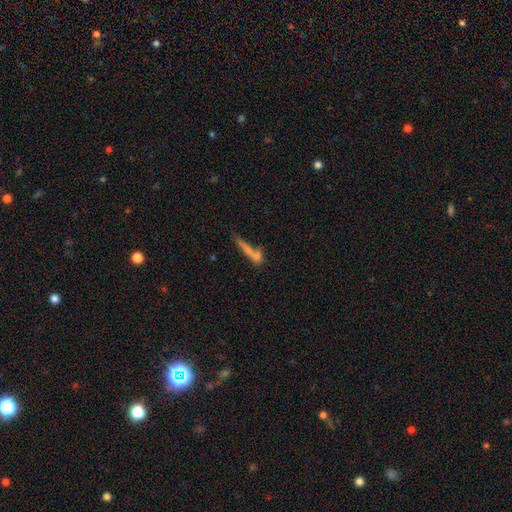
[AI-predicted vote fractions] This is likely a smooth galaxy (62%). How rounded: likely cigar-shaped (77%). Merging: marginally none (38%).